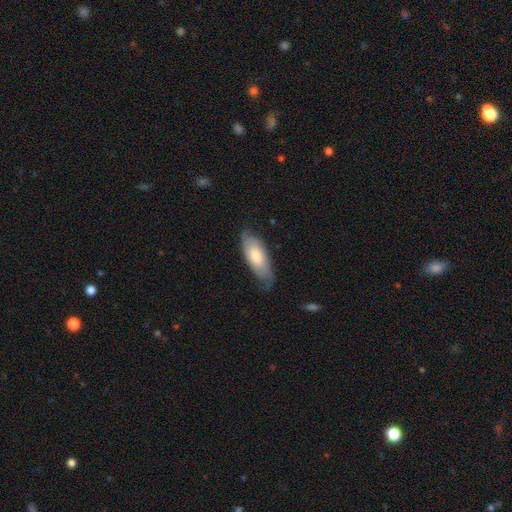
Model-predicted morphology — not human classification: The model was most divided on "smooth or featured": smooth: 56%, featured or disk: 39%, star or artifact: 6%. More confident: how rounded — in between (75%); merging — none (61%).